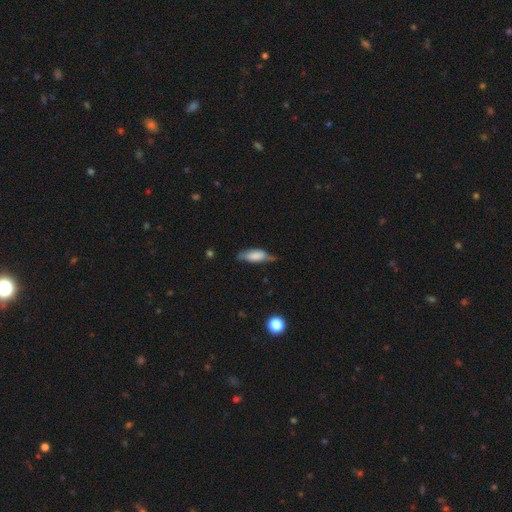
Smooth or featured: smooth — 66% (featured or disk — 26%)
How rounded: in between — 88% (cigar-shaped — 12%)
Merging: none — 51% (minor disturbance — 31%)